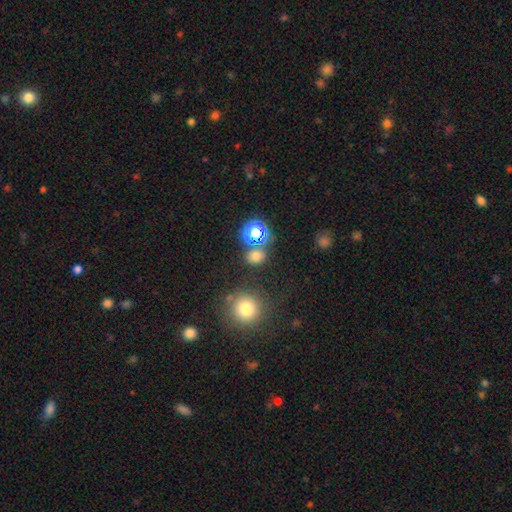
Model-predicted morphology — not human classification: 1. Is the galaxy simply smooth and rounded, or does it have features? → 65% smooth, 28% star or artifact, 6% featured or disk.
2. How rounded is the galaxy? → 73% round, 26% in between, 1% cigar-shaped.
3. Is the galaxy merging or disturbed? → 75% none, 11% merger, 9% minor disturbance, 4% major disturbance.